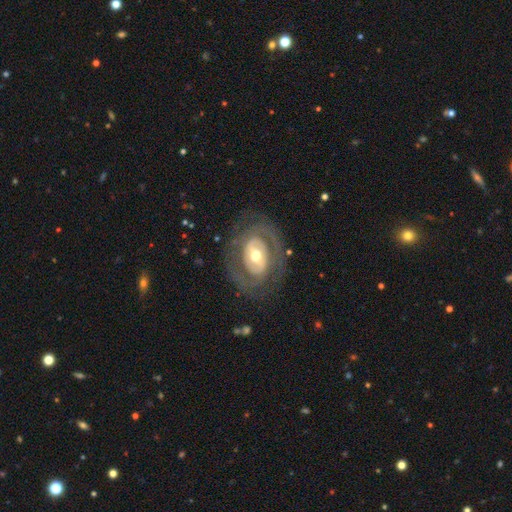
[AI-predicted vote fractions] Smooth or featured: featured or disk — 79% (smooth — 16%)
Edge-on disk: no — 95% (yes — 5%)
Bar: no — 43% (weak — 34%)
Spiral arms: yes — 66% (no — 34%)
Bulge size: moderate — 71% (small — 16%)
Merging: none — 75% (minor disturbance — 14%)